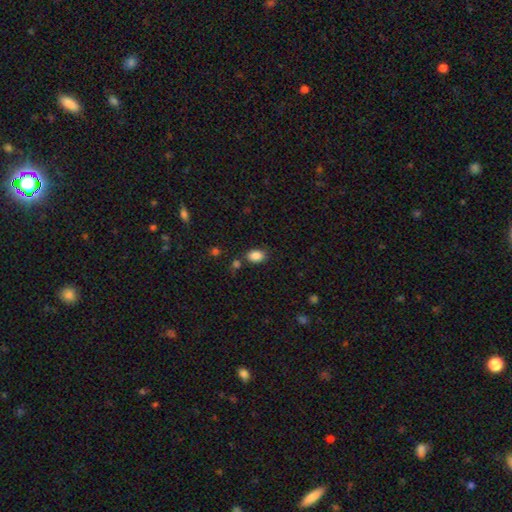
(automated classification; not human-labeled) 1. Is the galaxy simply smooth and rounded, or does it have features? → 87% smooth, 9% star or artifact, 4% featured or disk.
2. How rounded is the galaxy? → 80% in between, 19% round, 1% cigar-shaped.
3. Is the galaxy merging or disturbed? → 78% none, 12% minor disturbance, 6% merger, 3% major disturbance.